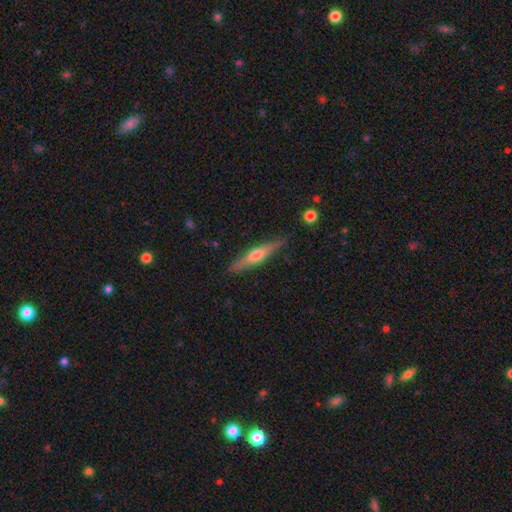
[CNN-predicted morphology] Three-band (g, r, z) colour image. It shows a featured or disk galaxy (58%) viewed edge-on (95%) with a rounded central bulge (82%). Merging: none (86%).